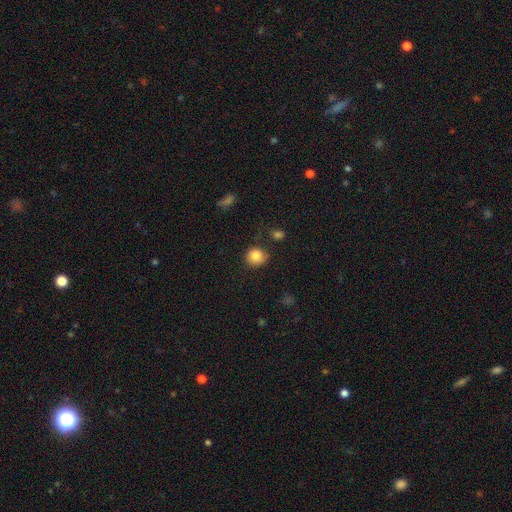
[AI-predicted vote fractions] smooth 84%, star or artifact 10%, featured or disk 7%. Down the decision tree: how rounded — round (86%); merging — none (79%).